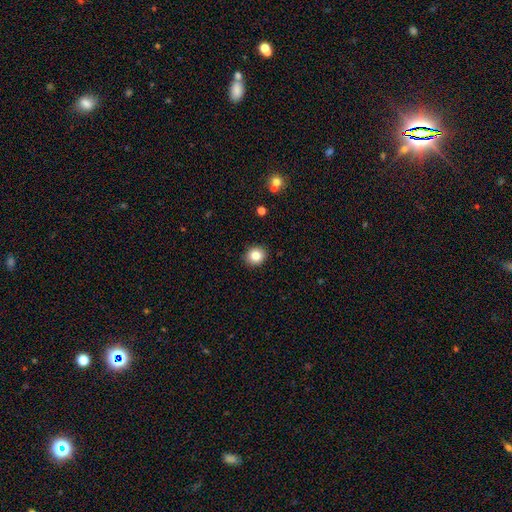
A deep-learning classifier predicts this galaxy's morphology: smooth-or-featured: smooth: 83% | star or artifact: 11% | featured or disk: 6%
  how-rounded: round: 83% | in between: 16% | cigar-shaped: 1%
  merging: none: 91% | minor disturbance: 6% | major disturbance: 2% | merger: 1%